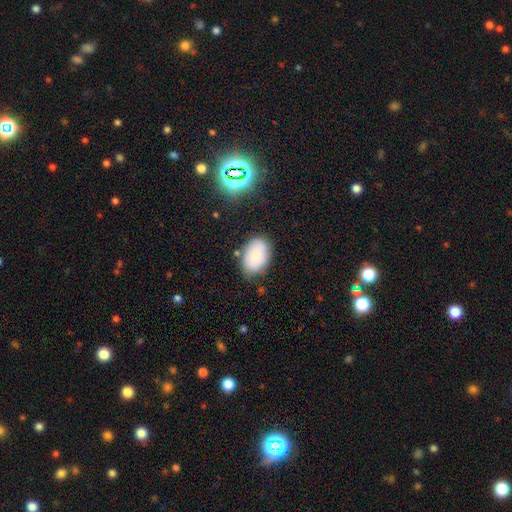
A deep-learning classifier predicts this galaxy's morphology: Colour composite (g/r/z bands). It shows a smooth galaxy with no disk features (79%) that is in between round and cigar-shaped (86%). Merging: none (72%).